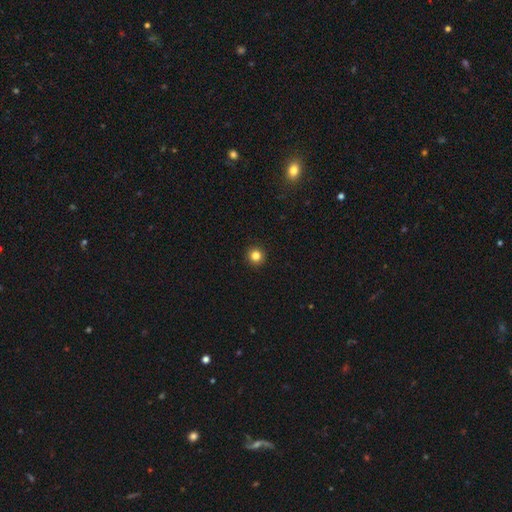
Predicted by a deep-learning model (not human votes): A smooth galaxy with no disk features (83%) that is round (95%). Merging: none (94%).